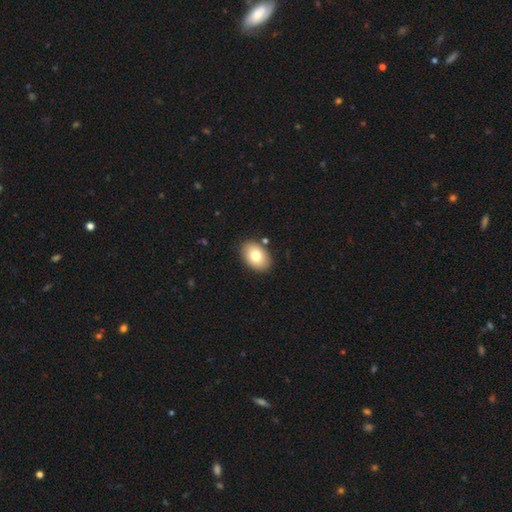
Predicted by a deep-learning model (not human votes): Smooth or featured: smooth — 77% (featured or disk — 16%)
How rounded: in between — 83% (round — 16%)
Merging: none — 87% (minor disturbance — 9%)